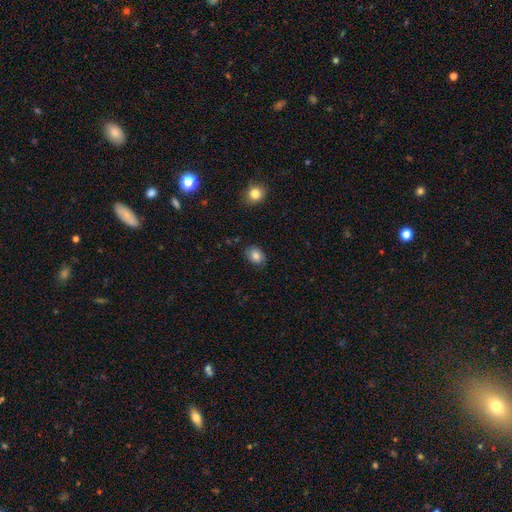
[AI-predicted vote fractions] This is clearly a smooth galaxy (82%). How rounded: likely in between (68%). Merging: clearly none (81%).